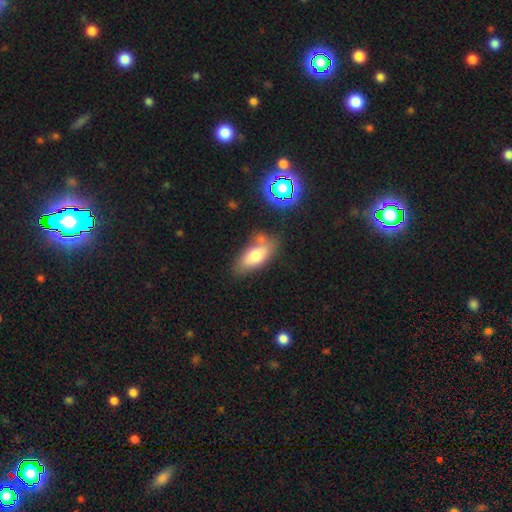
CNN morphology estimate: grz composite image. It shows a smooth galaxy with no disk features (71%) that is in between round and cigar-shaped (84%). Merging: none (62%).